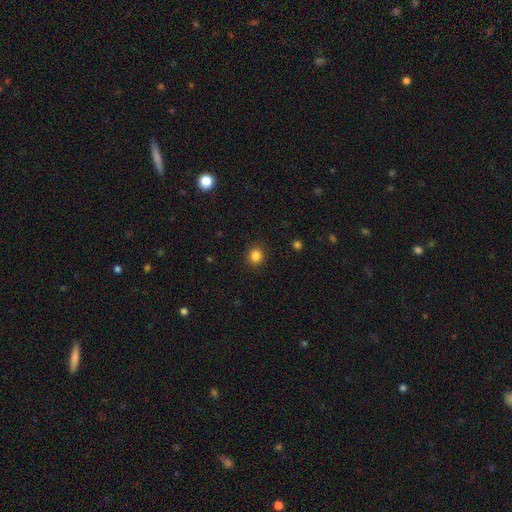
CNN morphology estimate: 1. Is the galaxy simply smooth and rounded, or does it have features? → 85% smooth, 12% star or artifact, 4% featured or disk.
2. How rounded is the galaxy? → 87% round, 13% in between, 1% cigar-shaped.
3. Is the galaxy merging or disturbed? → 90% none, 7% minor disturbance, 2% major disturbance, 1% merger.